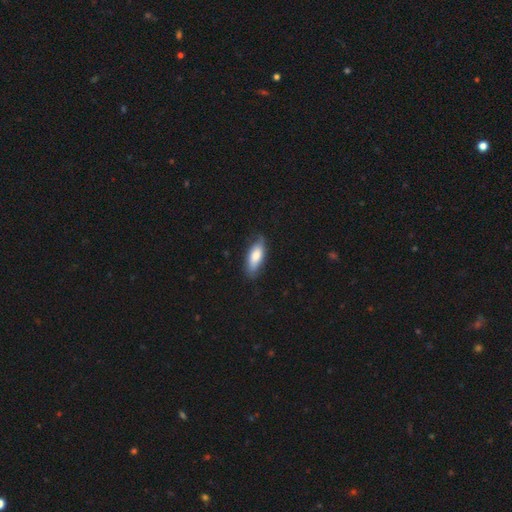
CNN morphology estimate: Smooth or featured? smooth (74%)
How rounded? in between (71%)
Merging? none (75%)